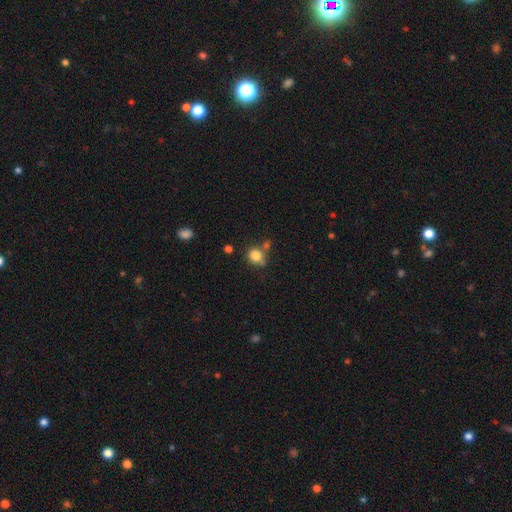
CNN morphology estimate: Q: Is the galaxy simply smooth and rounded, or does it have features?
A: smooth — 82%.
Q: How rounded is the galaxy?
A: round — 72%.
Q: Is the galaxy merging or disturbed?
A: none — 63%.